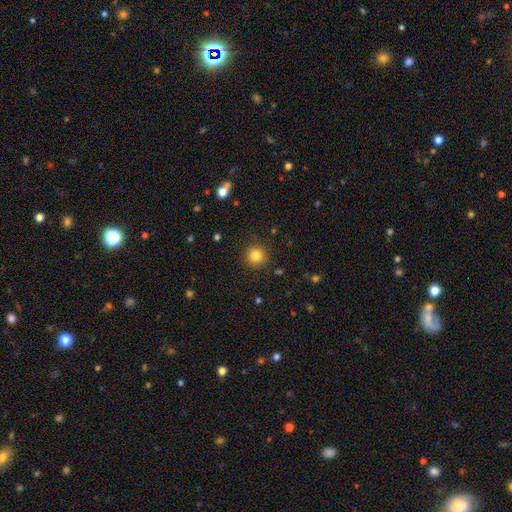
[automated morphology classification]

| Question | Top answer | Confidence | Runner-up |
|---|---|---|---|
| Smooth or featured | smooth | 83% | star or artifact (12%) |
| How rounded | round | 95% | in between (4%) |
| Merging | none | 90% | minor disturbance (6%) |